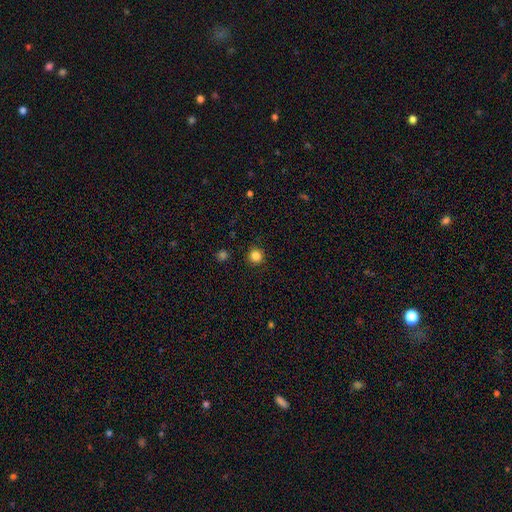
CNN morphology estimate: Smooth or featured? Predicted: smooth (p=0.85). How rounded? Predicted: round (p=0.94). Merging? Predicted: none (p=0.91).